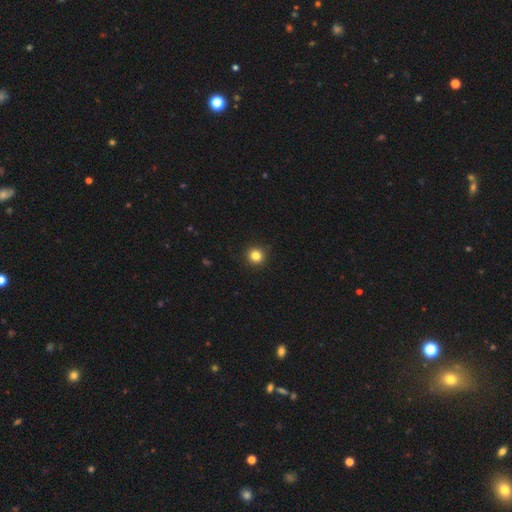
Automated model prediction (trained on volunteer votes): smooth 83%, star or artifact 12%, featured or disk 5%. Down the decision tree: how rounded — round (95%); merging — none (93%).